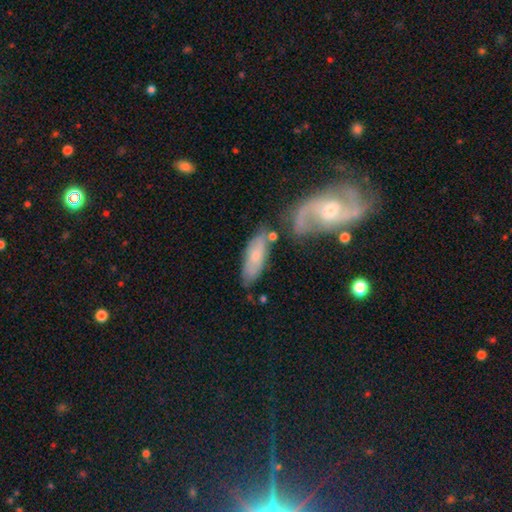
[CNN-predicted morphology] smooth-or-featured: smooth: 56% | featured or disk: 37% | star or artifact: 7%
  how-rounded: in between: 70% | cigar-shaped: 27% | round: 3%
  merging: none: 55% | minor disturbance: 20% | merger: 16% | major disturbance: 8%